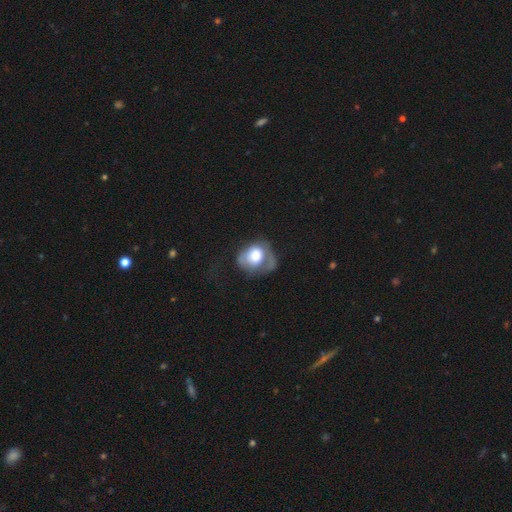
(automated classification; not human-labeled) smooth 55%, featured or disk 37%, star or artifact 8%. Down the decision tree: how rounded — round (60%); merging — major disturbance (40%).